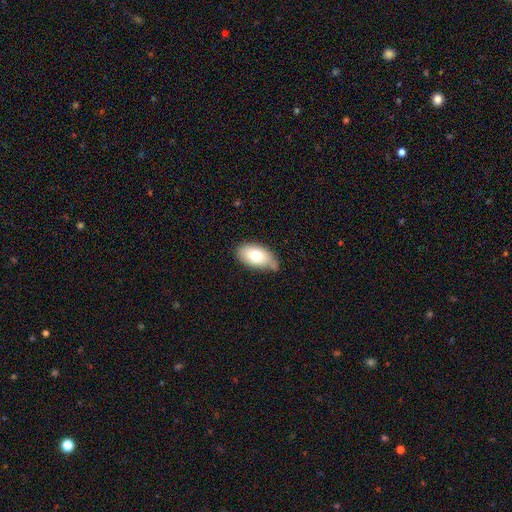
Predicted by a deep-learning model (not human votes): Smooth or featured? smooth (74%)
How rounded? in between (93%)
Merging? none (65%)